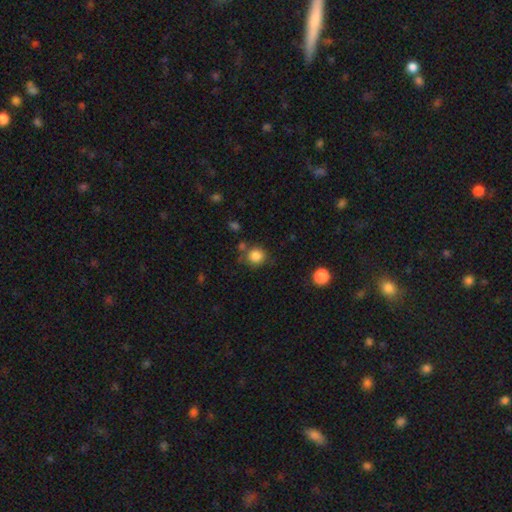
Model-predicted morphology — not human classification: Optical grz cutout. It shows a smooth galaxy with no disk features (85%) that is round (89%). Merging: none (75%).